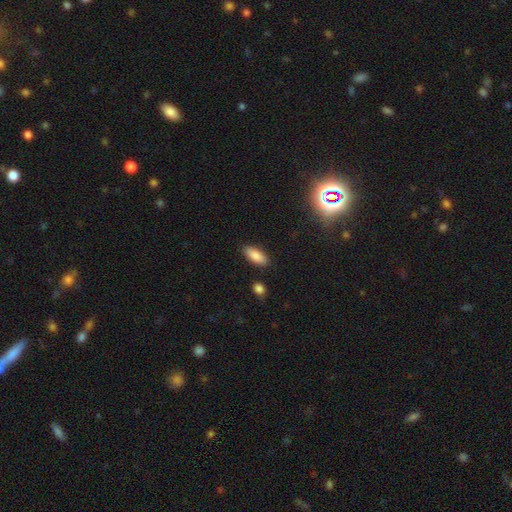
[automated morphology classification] Smooth or featured?
  - smooth: 87% *
  - star or artifact: 7%
  - featured or disk: 6%
How rounded?
  - in between: 83% *
  - cigar-shaped: 15%
  - round: 2%
Merging?
  - none: 87% *
  - minor disturbance: 9%
  - major disturbance: 2%
  - merger: 2%